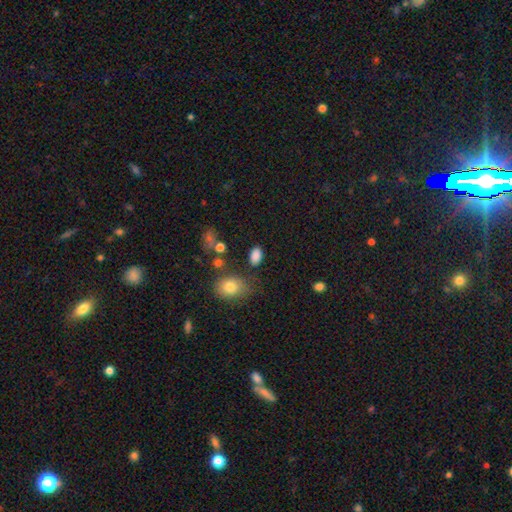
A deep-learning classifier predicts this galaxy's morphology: This is clearly a smooth galaxy (85%). How rounded: clearly in between (88%). Merging: likely none (78%).